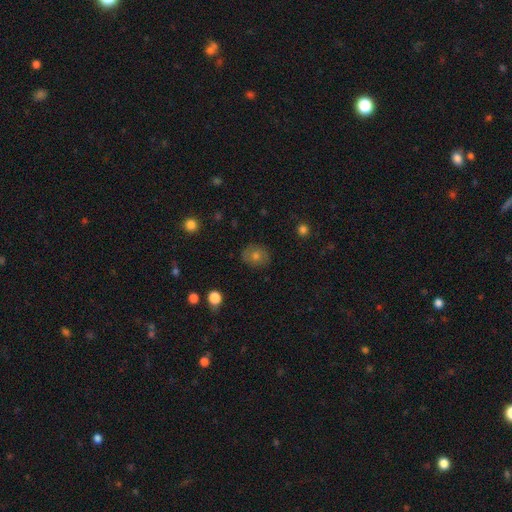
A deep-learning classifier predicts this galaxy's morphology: smooth-or-featured: smooth: 66% | featured or disk: 21% | star or artifact: 13%
  how-rounded: round: 66% | in between: 33% | cigar-shaped: 1%
  merging: none: 83% | minor disturbance: 13% | major disturbance: 3% | merger: 1%